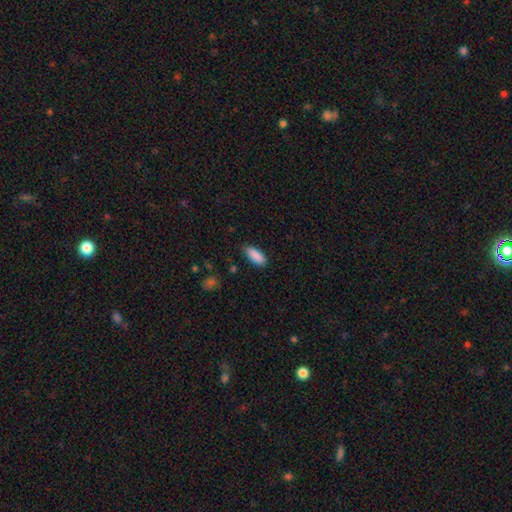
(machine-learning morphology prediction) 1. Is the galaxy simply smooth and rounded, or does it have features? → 89% smooth, 7% star or artifact, 4% featured or disk.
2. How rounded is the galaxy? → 82% in between, 16% cigar-shaped, 2% round.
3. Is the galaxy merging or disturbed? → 81% none, 15% minor disturbance, 3% major disturbance, 1% merger.